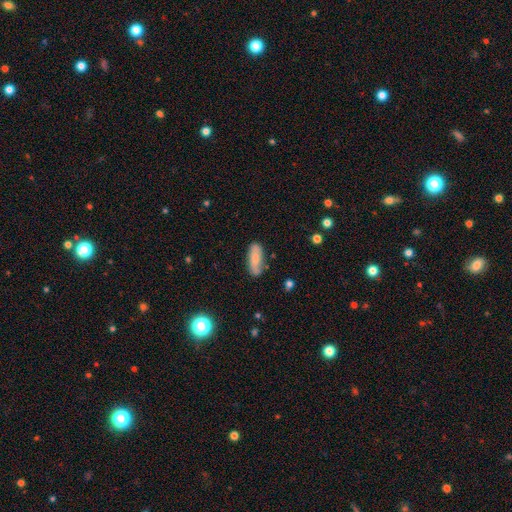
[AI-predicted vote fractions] The model was most divided on "how rounded": in between: 72%, cigar-shaped: 26%, round: 2%. More confident: merging — none (74%); smooth or featured — smooth (73%).